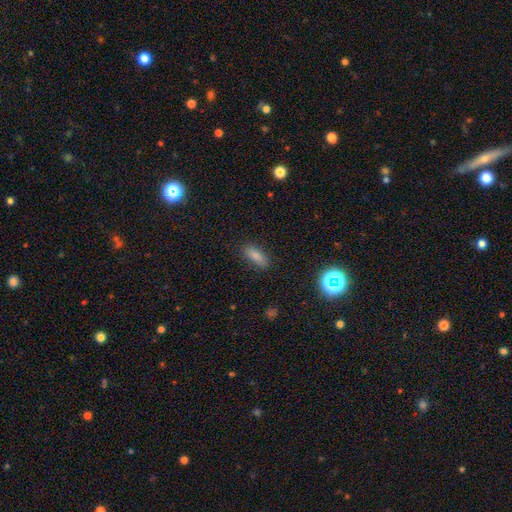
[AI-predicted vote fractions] This is clearly a smooth galaxy (83%). How rounded: likely in between (67%). Merging: clearly none (83%).